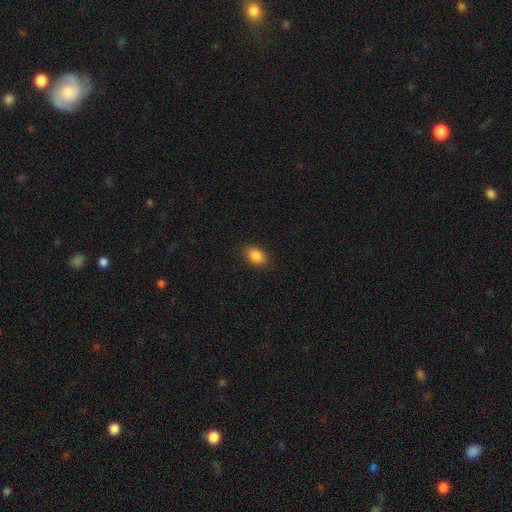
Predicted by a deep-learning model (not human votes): Morphology: type=smooth (87%); roundness=in between (84%); merging=none (88%).